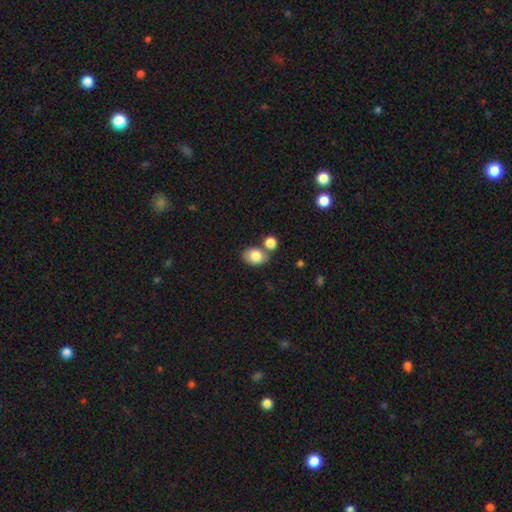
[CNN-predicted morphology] Smooth or featured? smooth (83%)
How rounded? in between (70%)
Merging? none (56%)